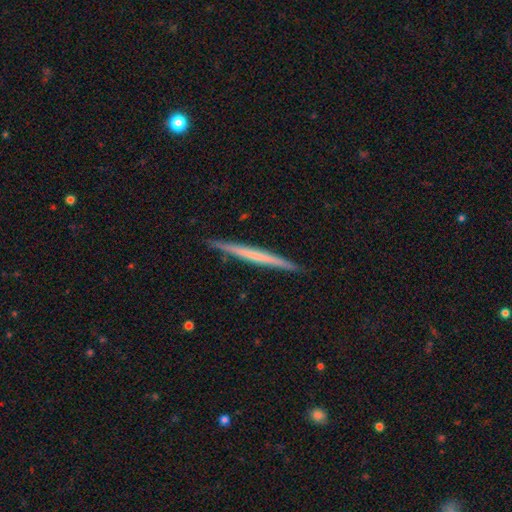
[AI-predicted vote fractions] smooth_or_featured: featured or disk (p=0.53) [alt: smooth p=0.42]
disk_edge_on: yes (p=0.97) [alt: no p=0.03]
edge_on_bulge: none (p=0.86) [alt: rounded p=0.09]
merging: none (p=0.91) [alt: minor disturbance p=0.07]